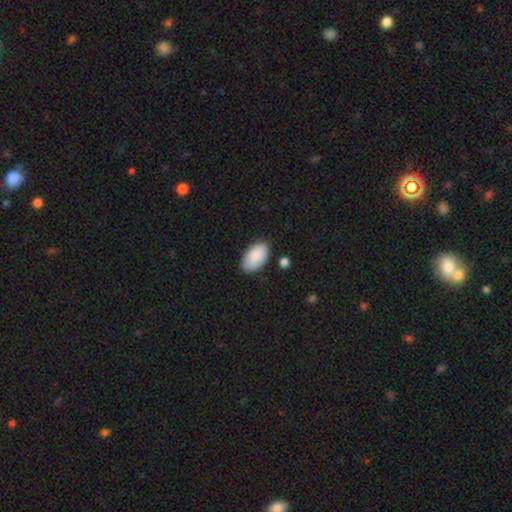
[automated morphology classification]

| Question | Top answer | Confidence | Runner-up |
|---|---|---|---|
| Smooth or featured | smooth | 88% | featured or disk (6%) |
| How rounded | in between | 95% | round (4%) |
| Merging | none | 78% | minor disturbance (16%) |